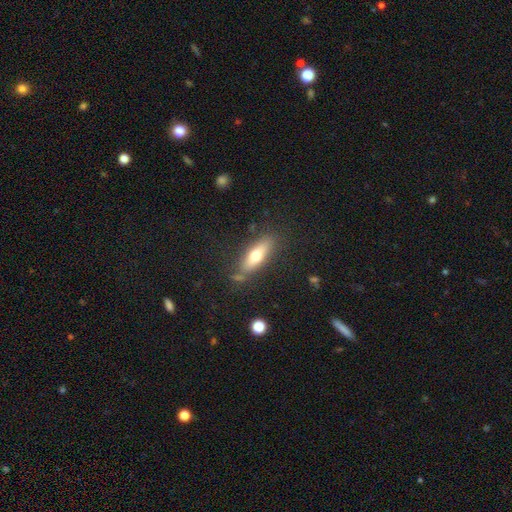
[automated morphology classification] A smooth galaxy with no disk features (60%) that is in between round and cigar-shaped (49%).

Vote fractions:
- Smooth or featured? smooth: 60% / featured or disk: 33% / star or artifact: 7%
- How rounded? in between: 49% / cigar-shaped: 48% / round: 3%
- Merging? none: 77% / minor disturbance: 15% / merger: 4% / major disturbance: 4%